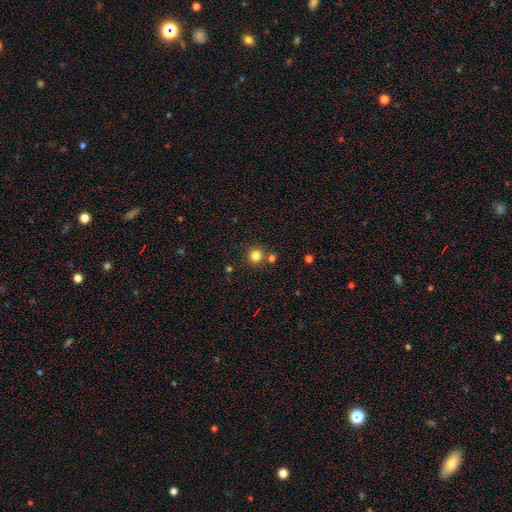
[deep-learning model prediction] This is clearly a smooth galaxy (81%). How rounded: clearly round (94%). Merging: clearly none (81%).